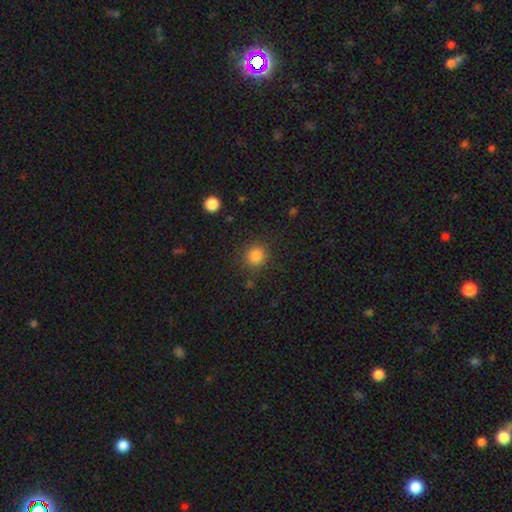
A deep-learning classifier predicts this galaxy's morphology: A smooth galaxy with no disk features (84%) that is round (86%).

Vote fractions:
- Smooth or featured? smooth: 84% / star or artifact: 12% / featured or disk: 4%
- How rounded? round: 86% / in between: 13% / cigar-shaped: 1%
- Merging? none: 85% / minor disturbance: 10% / major disturbance: 4% / merger: 2%